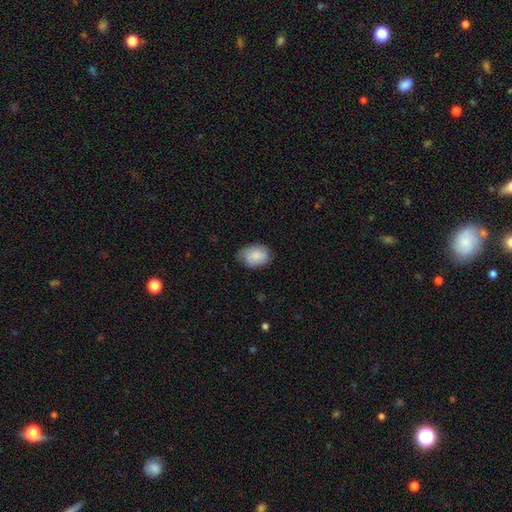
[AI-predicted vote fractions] Smooth or featured? smooth (81%)
How rounded? in between (75%)
Merging? none (61%)